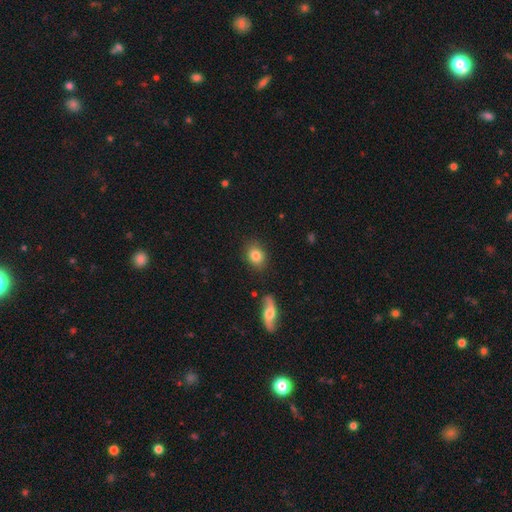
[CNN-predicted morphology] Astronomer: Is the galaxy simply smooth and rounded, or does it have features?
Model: smooth — 82%.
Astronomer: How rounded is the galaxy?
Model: round — 50% (runner-up: in between, 48%).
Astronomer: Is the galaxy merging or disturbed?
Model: none — 84%.